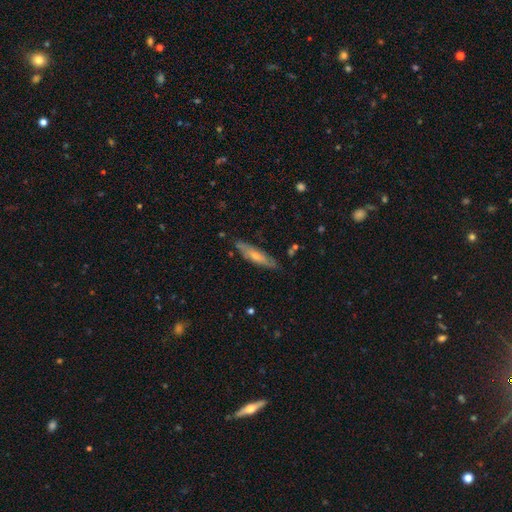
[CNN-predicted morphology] Smooth or featured? Predicted: smooth (p=0.53). How rounded? Predicted: cigar-shaped (p=0.75). Merging? Predicted: none (p=0.80).